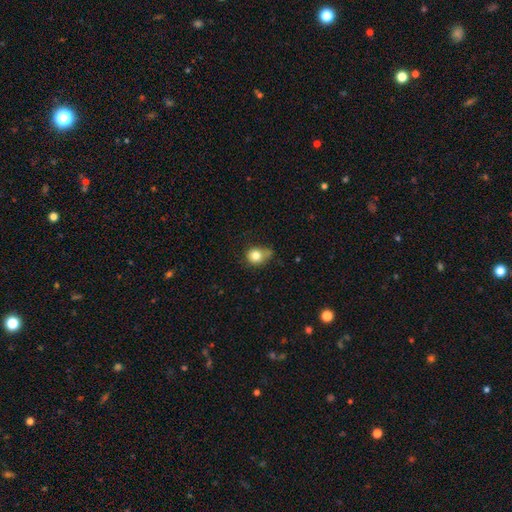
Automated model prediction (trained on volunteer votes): This is clearly a smooth galaxy (80%). How rounded: likely round (75%). Merging: marginally none (45%).